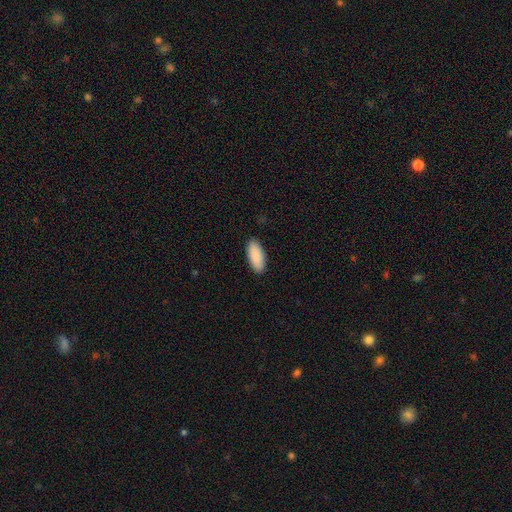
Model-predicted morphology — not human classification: The model was most divided on "how rounded": in between: 87%, cigar-shaped: 11%, round: 2%. More confident: smooth or featured — smooth (91%); merging — none (90%).